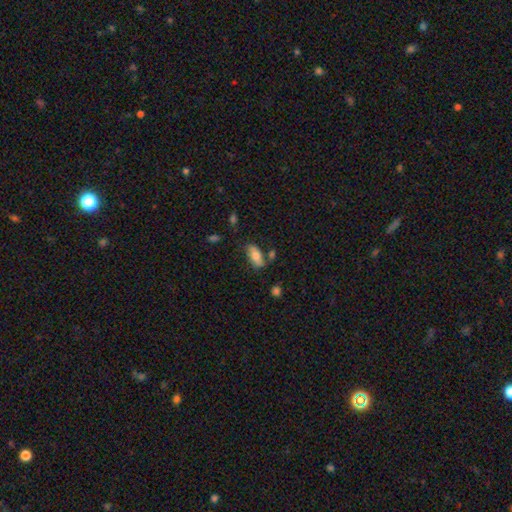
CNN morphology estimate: smooth 74%, featured or disk 18%, star or artifact 8%. Down the decision tree: how rounded — in between (85%); merging — none (64%).